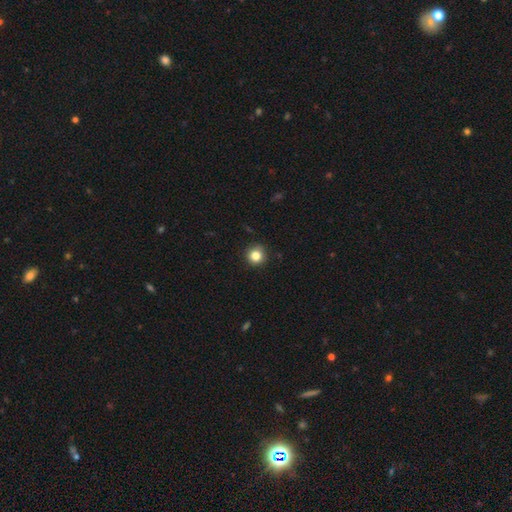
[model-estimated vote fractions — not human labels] Overall: smooth (83%). How rounded: round (95%). Merging: none (91%).